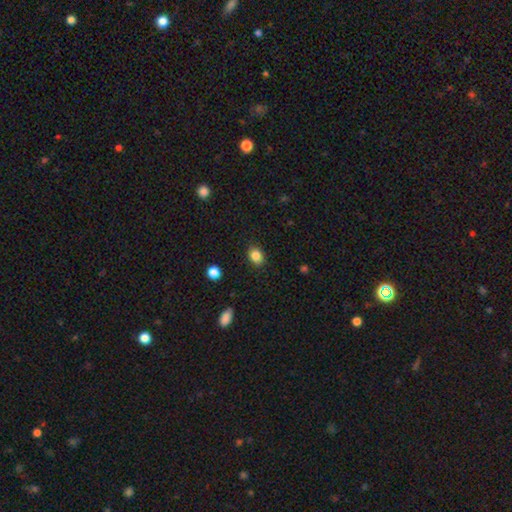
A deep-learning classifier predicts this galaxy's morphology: Overall: smooth (85%). How rounded: in between (64%; round 35%). Merging: none (85%).